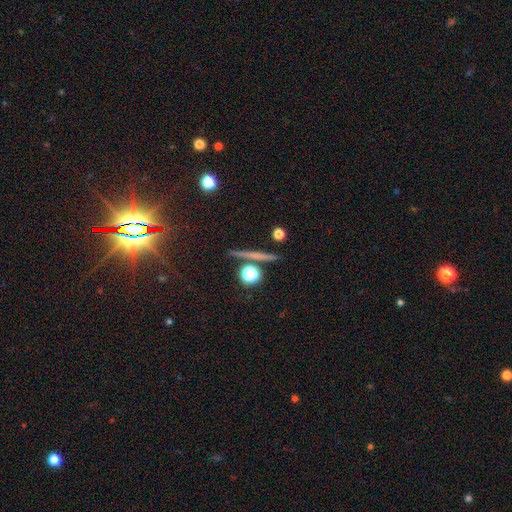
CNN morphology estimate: smooth-or-featured: featured or disk: 40% | smooth: 37% | star or artifact: 22%
  merging: none: 87% | minor disturbance: 7% | merger: 5% | major disturbance: 2%